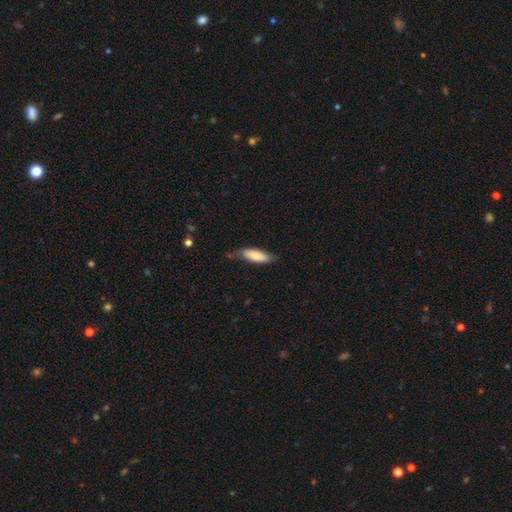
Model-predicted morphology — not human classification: A smooth galaxy with no disk features (79%) that is in between round and cigar-shaped (59%).

Vote fractions:
- Smooth or featured? smooth: 79% / featured or disk: 15% / star or artifact: 6%
- How rounded? in between: 59% / cigar-shaped: 40% / round: 2%
- Merging? none: 66% / minor disturbance: 27% / major disturbance: 5% / merger: 2%